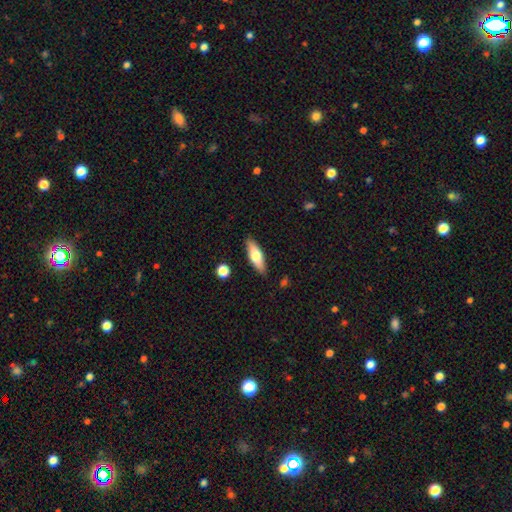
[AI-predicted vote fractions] smooth_or_featured: smooth (p=0.61) [alt: featured or disk p=0.32]
how_rounded: in between (p=0.53) [alt: cigar-shaped p=0.44]
merging: none (p=0.86) [alt: minor disturbance p=0.10]